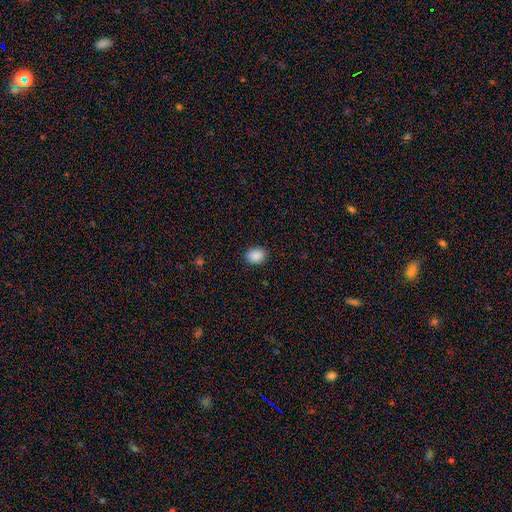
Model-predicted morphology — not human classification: Smooth or featured: smooth — 89% (star or artifact — 8%)
How rounded: in between — 57% (round — 42%)
Merging: none — 89% (minor disturbance — 8%)